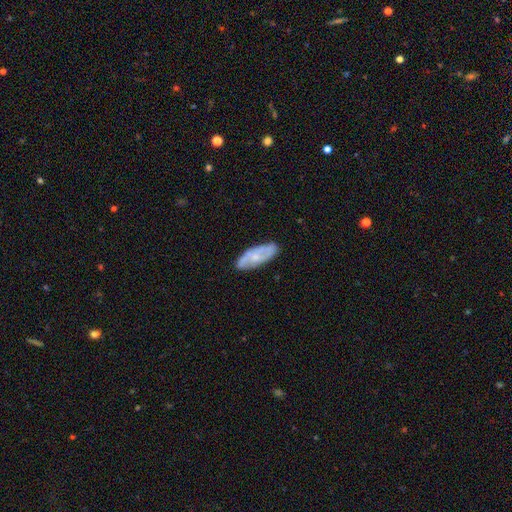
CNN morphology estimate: Smooth or featured: featured or disk — 53% (smooth — 40%)
Edge-on disk: no — 83% (yes — 17%)
Merging: none — 80% (minor disturbance — 16%)